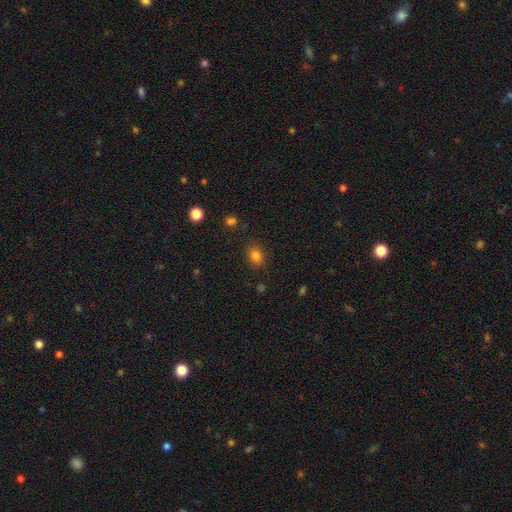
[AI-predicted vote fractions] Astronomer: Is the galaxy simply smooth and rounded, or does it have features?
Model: smooth — 80%.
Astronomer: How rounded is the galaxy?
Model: in between — 62%.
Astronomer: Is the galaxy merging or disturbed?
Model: none — 84%.